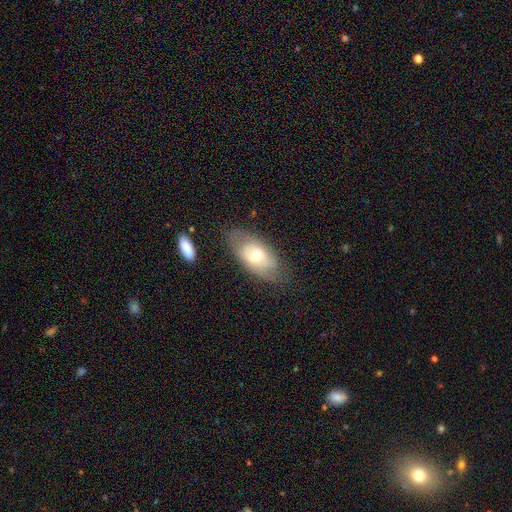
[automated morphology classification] This appears to be a smooth galaxy with no disk features (50%). Merging: none (69%).